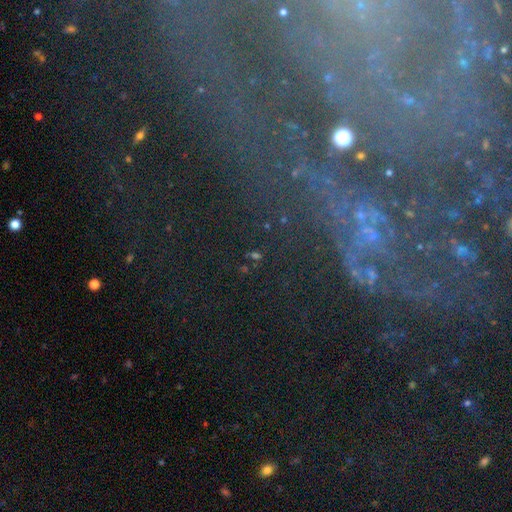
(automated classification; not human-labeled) smooth-or-featured: star or artifact: 61% | smooth: 20% | featured or disk: 19%